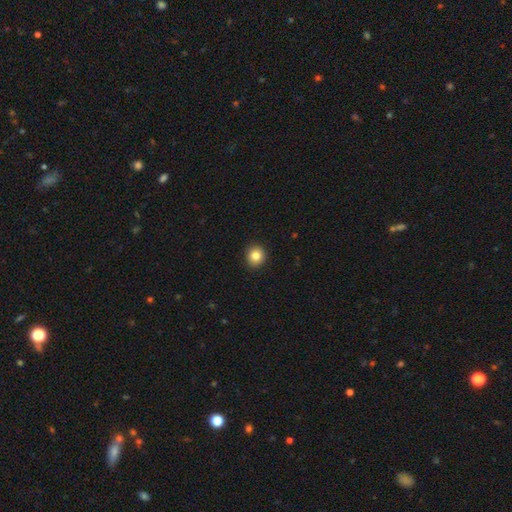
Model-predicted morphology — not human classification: smooth_or_featured: smooth (p=0.84) [alt: star or artifact p=0.10]
how_rounded: round (p=0.90) [alt: in between p=0.09]
merging: none (p=0.92) [alt: minor disturbance p=0.05]